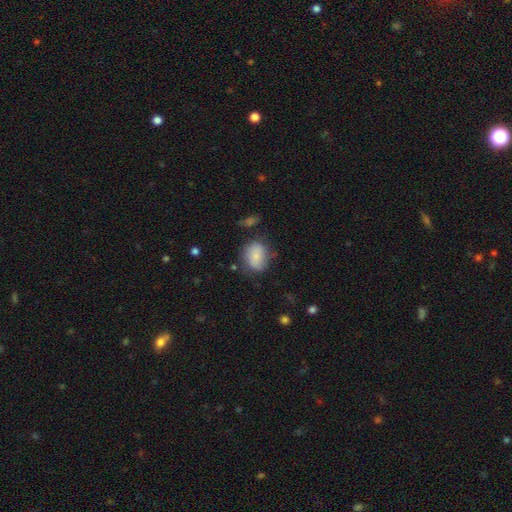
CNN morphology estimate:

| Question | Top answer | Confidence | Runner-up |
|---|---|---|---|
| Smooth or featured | smooth | 80% | featured or disk (12%) |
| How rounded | in between | 58% | round (41%) |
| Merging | none | 63% | minor disturbance (24%) |